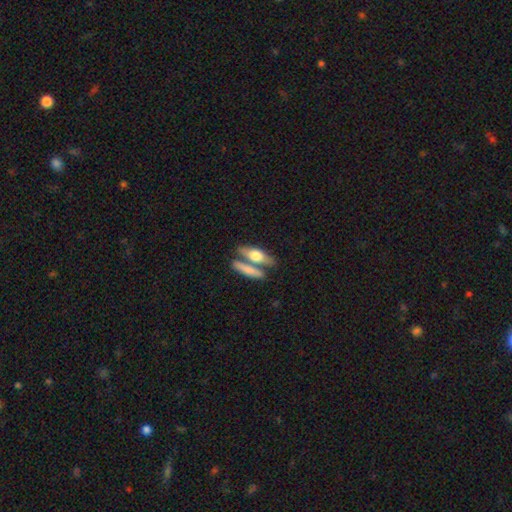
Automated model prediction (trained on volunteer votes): smooth_or_featured: smooth (p=0.63) [alt: featured or disk p=0.32]
how_rounded: in between (p=0.53) [alt: cigar-shaped p=0.42]
merging: none (p=0.50) [alt: merger p=0.35]